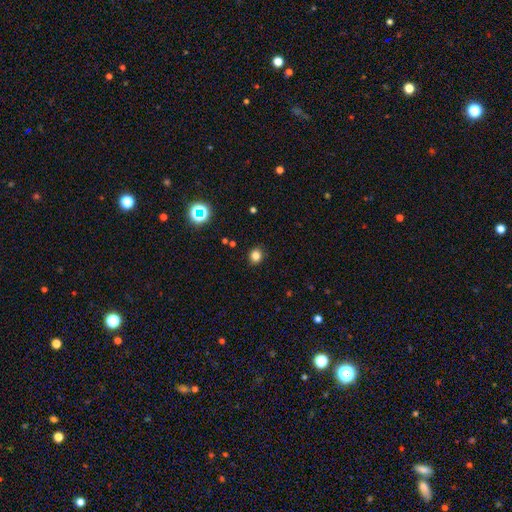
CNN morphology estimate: type=smooth (81%); roundness=round (73%); merging=none (89%).